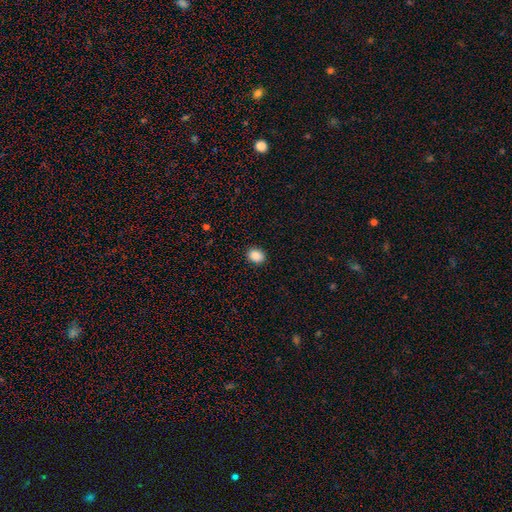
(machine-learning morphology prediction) The model was most divided on "how rounded": in between: 51%, round: 49%, cigar-shaped: 1%. More confident: merging — none (90%); smooth or featured — smooth (88%).